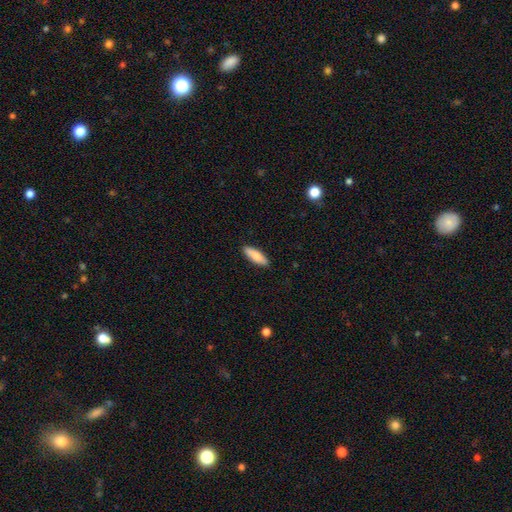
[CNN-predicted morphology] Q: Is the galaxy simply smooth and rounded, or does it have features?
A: smooth — 84%.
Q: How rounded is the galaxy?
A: in between — 52%.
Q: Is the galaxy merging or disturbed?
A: none — 89%.